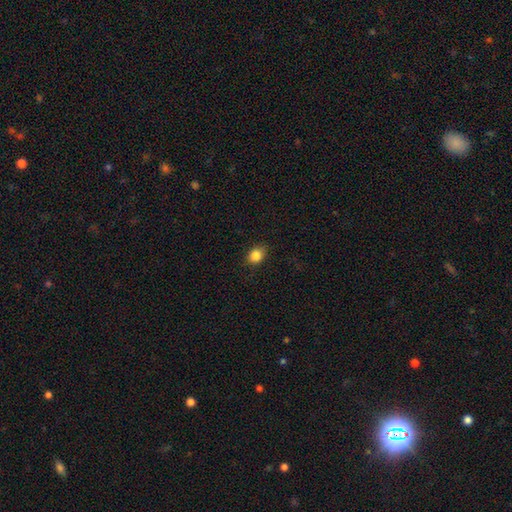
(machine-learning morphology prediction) type=smooth (85%); roundness=round (50%); merging=none (84%).